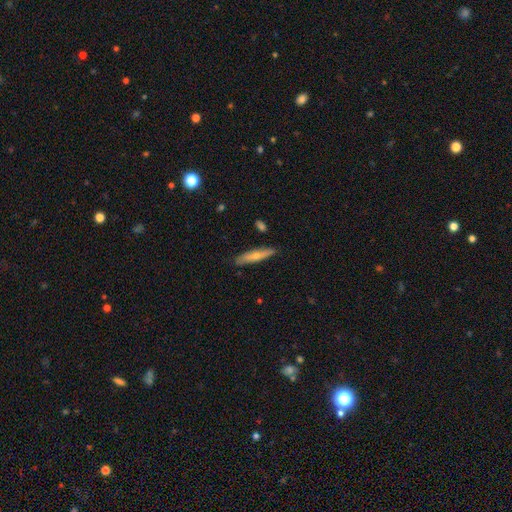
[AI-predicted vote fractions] Smooth or featured?
  - smooth: 57% *
  - featured or disk: 37%
  - star or artifact: 6%
How rounded?
  - cigar-shaped: 86% *
  - in between: 13%
  - round: 2%
Merging?
  - none: 84% *
  - minor disturbance: 12%
  - merger: 2%
  - major disturbance: 2%